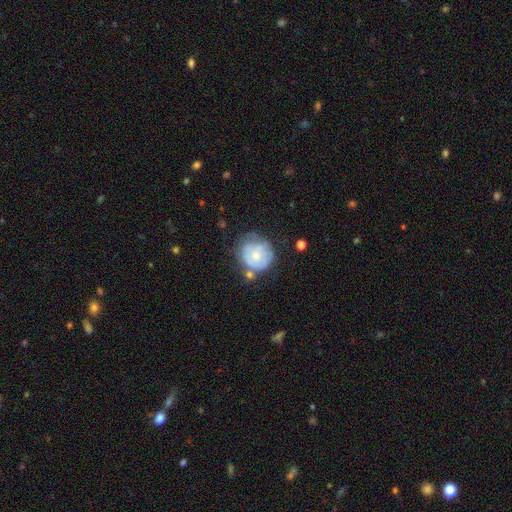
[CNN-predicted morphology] Smooth or featured? Predicted: smooth (p=0.53). How rounded? Predicted: round (p=0.82). Merging? Predicted: none (p=0.47).